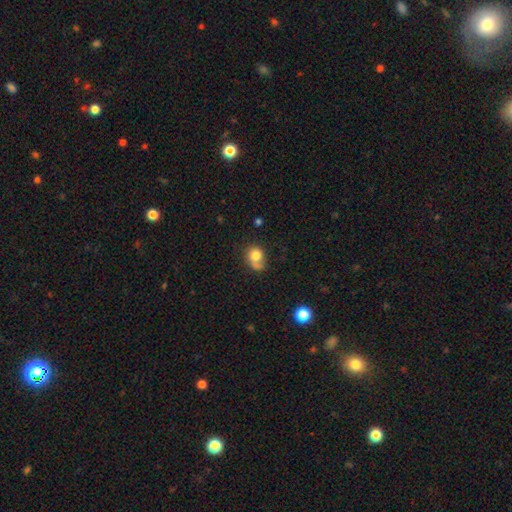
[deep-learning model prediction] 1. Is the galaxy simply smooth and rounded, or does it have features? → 77% smooth, 13% featured or disk, 10% star or artifact.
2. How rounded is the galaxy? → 66% round, 33% in between, 1% cigar-shaped.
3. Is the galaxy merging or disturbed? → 42% none, 24% minor disturbance, 18% merger, 16% major disturbance.